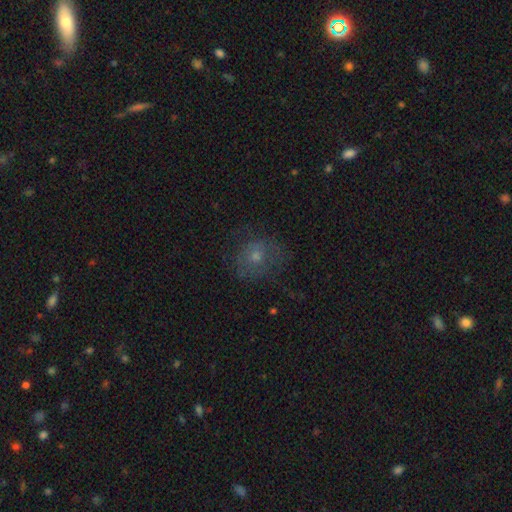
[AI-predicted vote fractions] This is possibly a smooth galaxy (51%). How rounded: likely round (72%). Merging: likely none (60%).